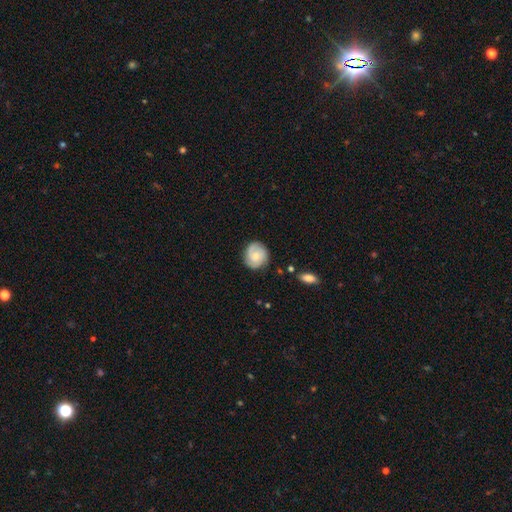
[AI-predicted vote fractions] Smooth or featured? smooth (50%)
Merging? none (78%)